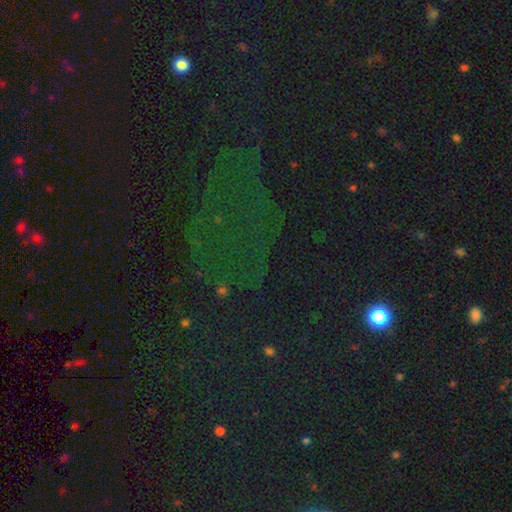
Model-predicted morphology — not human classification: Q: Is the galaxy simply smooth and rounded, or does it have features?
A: star or artifact — 70%.